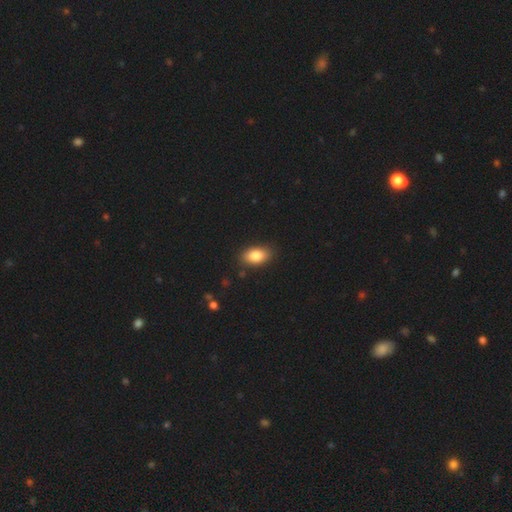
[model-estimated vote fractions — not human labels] The model was most divided on "merging": none: 86%, minor disturbance: 10%, major disturbance: 2%, merger: 1%. More confident: how rounded — in between (90%); smooth or featured — smooth (85%).